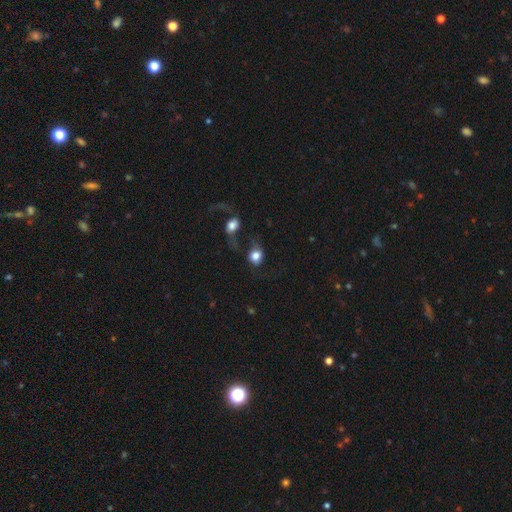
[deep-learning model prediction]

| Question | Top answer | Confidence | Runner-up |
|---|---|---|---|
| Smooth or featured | smooth | 72% | featured or disk (18%) |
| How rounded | round | 61% | in between (37%) |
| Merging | none | 30% | major disturbance (28%) |